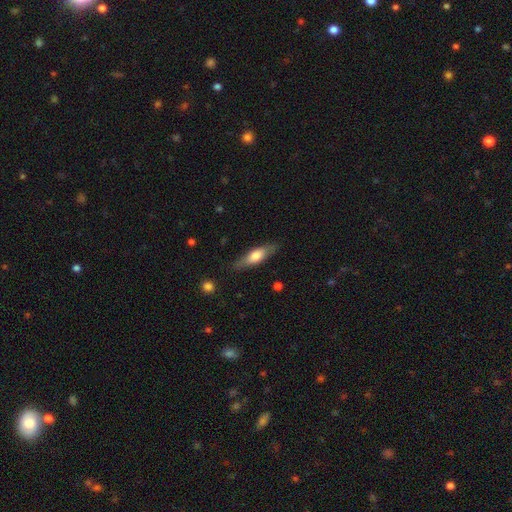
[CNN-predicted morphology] Smooth or featured? smooth (59%)
How rounded? cigar-shaped (54%)
Merging? none (82%)